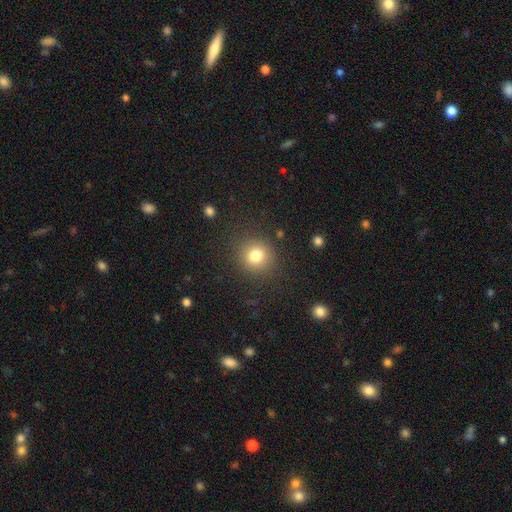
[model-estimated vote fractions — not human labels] smooth_or_featured: smooth (p=0.79) [alt: star or artifact p=0.13]
how_rounded: round (p=0.89) [alt: in between p=0.10]
merging: none (p=0.87) [alt: minor disturbance p=0.08]